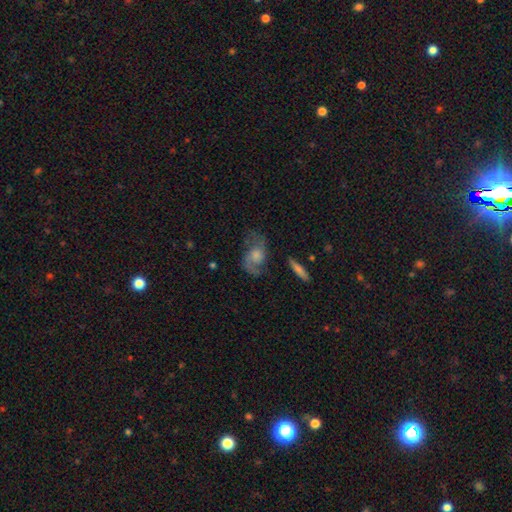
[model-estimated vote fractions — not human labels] This appears to be a featured or disk galaxy (74%) with no bar (69%), 2 (86%) medium (46%) spiral arms (92%) and a moderate central bulge (41%). Merging: none (62%).